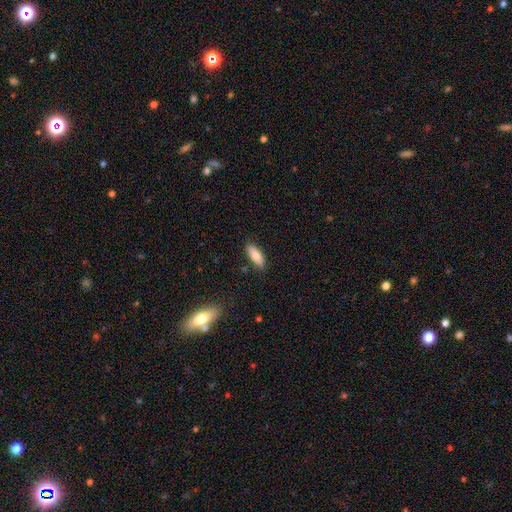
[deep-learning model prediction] A smooth galaxy with no disk features (76%) that is in between round and cigar-shaped (69%).

Vote fractions:
- Smooth or featured? smooth: 76% / featured or disk: 17% / star or artifact: 7%
- How rounded? in between: 69% / cigar-shaped: 29% / round: 2%
- Merging? none: 86% / minor disturbance: 10% / major disturbance: 2% / merger: 2%